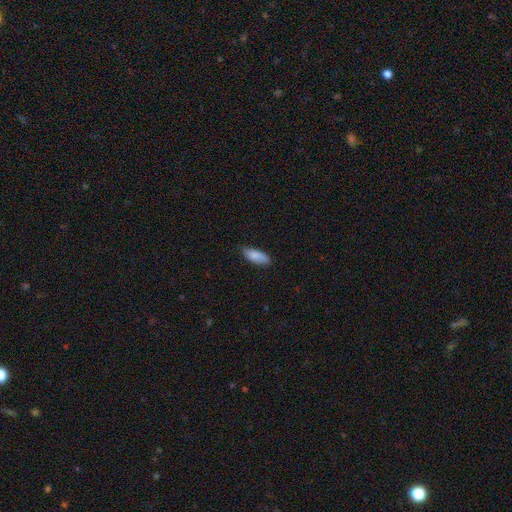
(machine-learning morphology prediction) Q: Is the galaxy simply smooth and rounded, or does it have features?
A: smooth — 87%.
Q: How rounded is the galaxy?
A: in between — 75%.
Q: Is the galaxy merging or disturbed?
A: none — 79%.